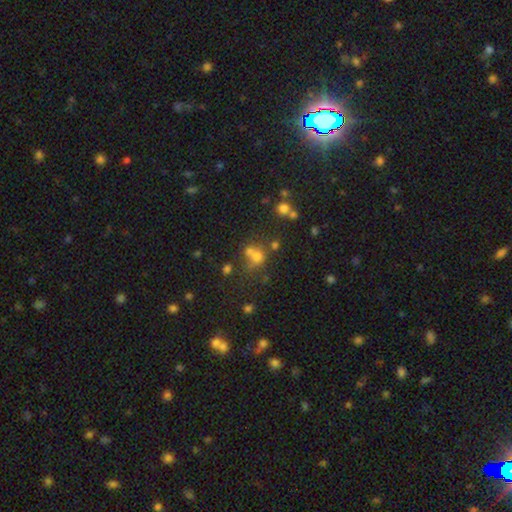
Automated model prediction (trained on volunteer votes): smooth-or-featured: smooth: 63% | star or artifact: 23% | featured or disk: 14%
  how-rounded: round: 80% | in between: 19% | cigar-shaped: 1%
  merging: none: 44% | merger: 40% | minor disturbance: 10% | major disturbance: 6%